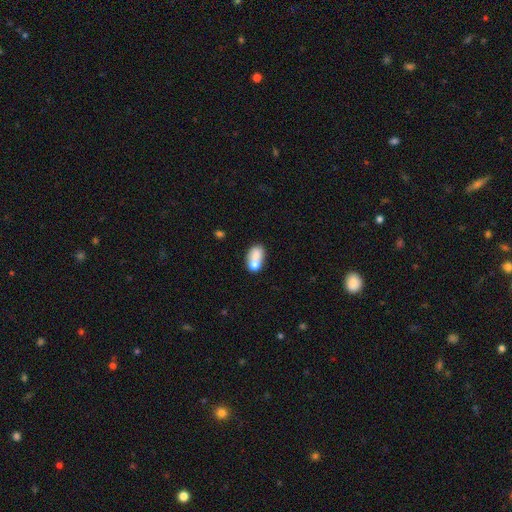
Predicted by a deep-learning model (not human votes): Smooth or featured: smooth — 71% (featured or disk — 20%)
How rounded: in between — 76% (round — 23%)
Merging: merger — 54% (none — 30%)